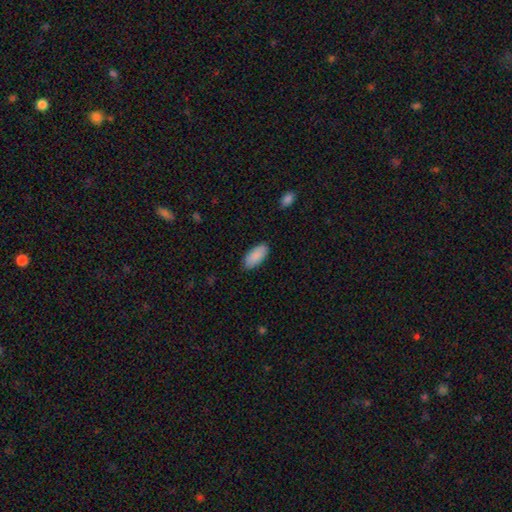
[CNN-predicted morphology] smooth 89%, star or artifact 6%, featured or disk 5%. Down the decision tree: how rounded — in between (91%); merging — none (87%).